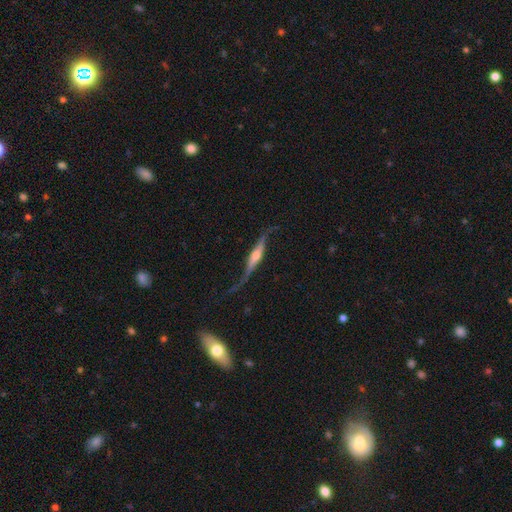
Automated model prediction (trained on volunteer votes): Overall: featured or disk (76%). Edge-on disk: yes (74%). Edge-on bulge: rounded (79%). Merging: none (47%; major disturbance 25%).